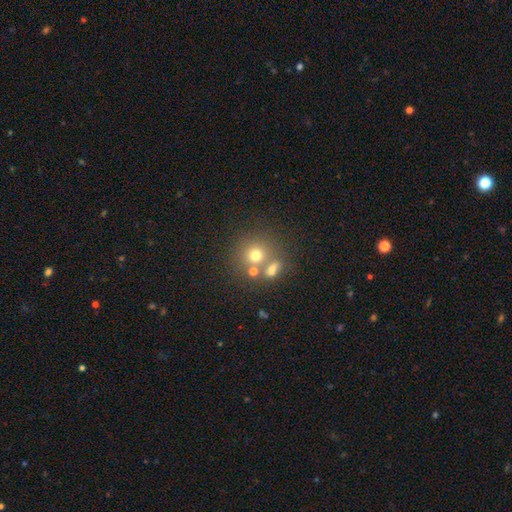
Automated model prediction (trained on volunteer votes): The model was most divided on "merging": none: 57%, merger: 29%, minor disturbance: 9%, major disturbance: 5%. More confident: how rounded — round (86%); smooth or featured — smooth (69%).